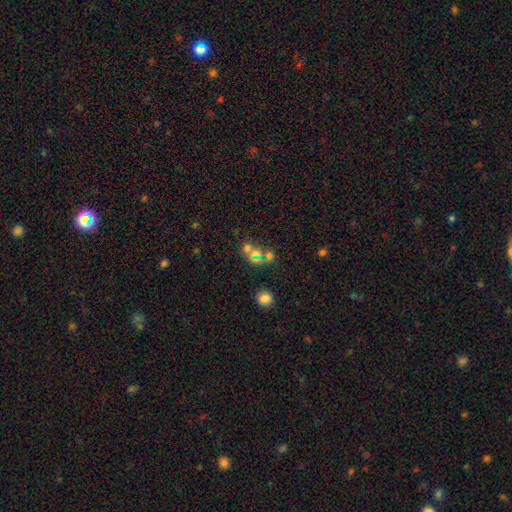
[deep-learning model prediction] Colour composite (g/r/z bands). It shows a smooth galaxy with no disk features (48%). Merging: merger (47%).